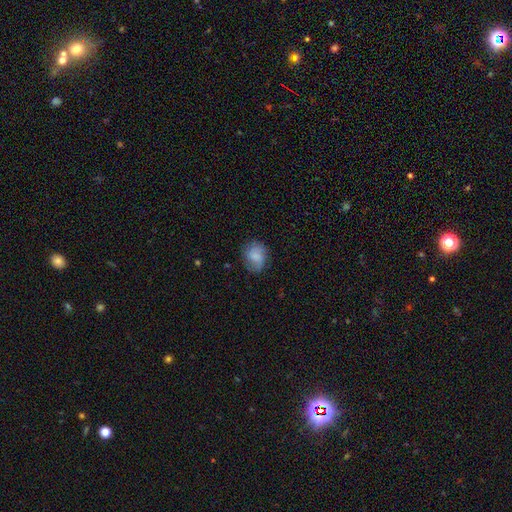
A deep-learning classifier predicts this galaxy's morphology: Overall: smooth (67%). How rounded: round (61%; in between 38%). Merging: none (71%).